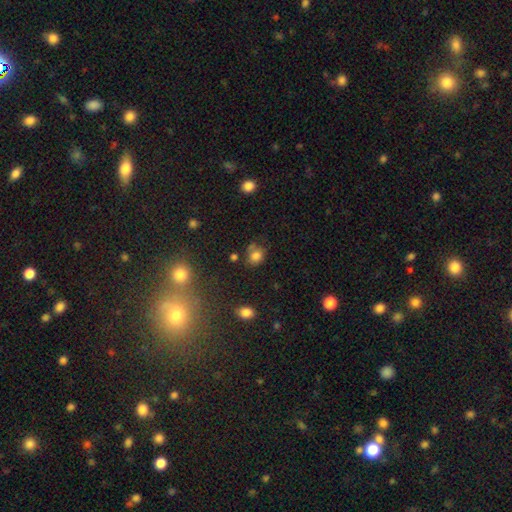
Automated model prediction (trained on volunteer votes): smooth 78%, star or artifact 14%, featured or disk 8%. Down the decision tree: how rounded — round (63%); merging — none (62%).